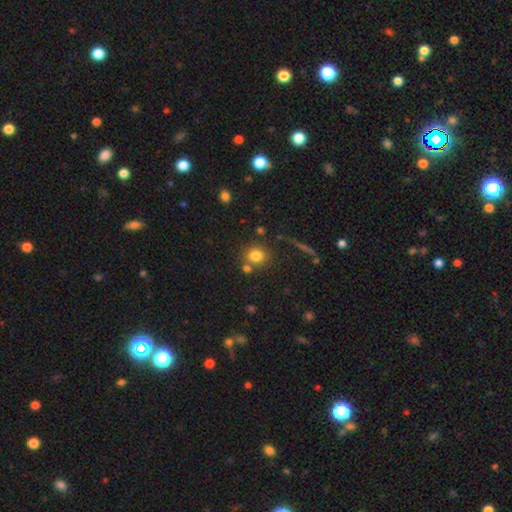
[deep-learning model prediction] Smooth or featured? Predicted: smooth (p=0.80). How rounded? Predicted: round (p=0.77). Merging? Predicted: none (p=0.71).